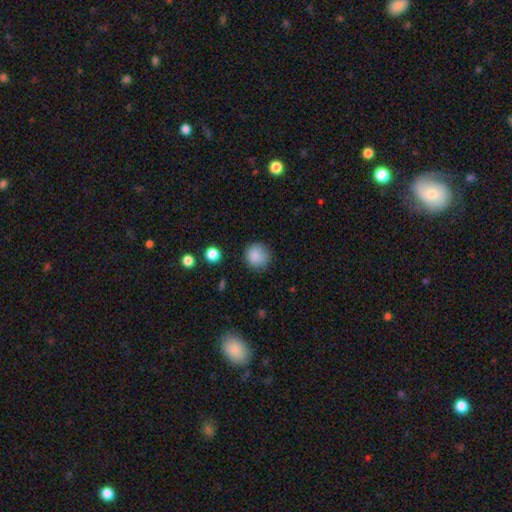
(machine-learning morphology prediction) This is clearly a smooth galaxy (86%). How rounded: clearly round (88%). Merging: clearly none (81%).